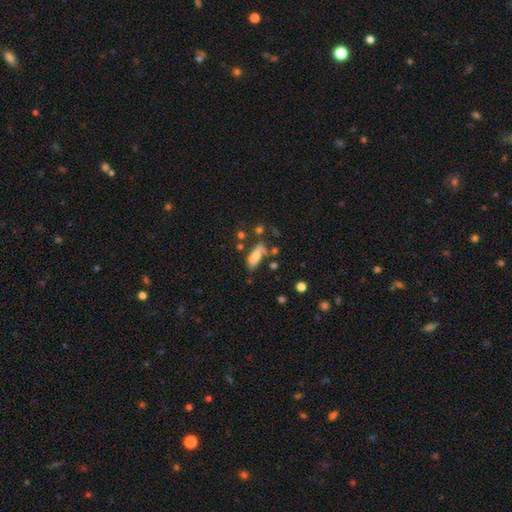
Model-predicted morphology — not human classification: Q: Smooth or featured?
A: smooth (63%); runner-up: featured or disk (28%)
Q: How rounded?
A: in between (77%); runner-up: cigar-shaped (20%)
Q: Merging?
A: none (47%); runner-up: minor disturbance (25%)